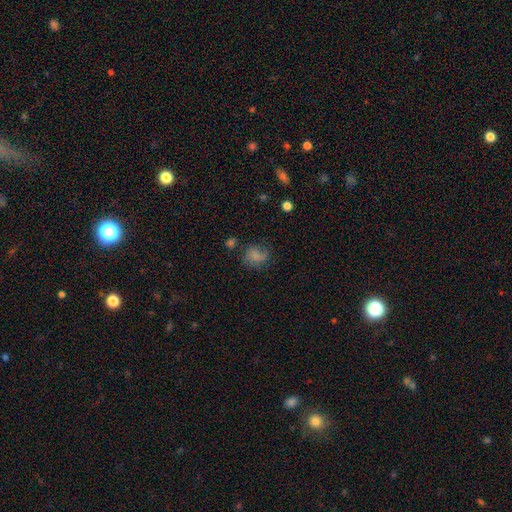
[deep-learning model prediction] Smooth or featured: smooth — 62% (featured or disk — 26%)
How rounded: round — 59% (in between — 40%)
Merging: none — 56% (minor disturbance — 25%)